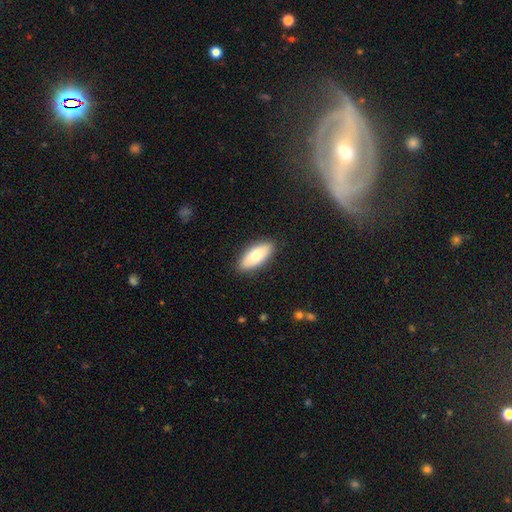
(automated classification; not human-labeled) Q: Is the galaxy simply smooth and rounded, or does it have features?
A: smooth — 75%.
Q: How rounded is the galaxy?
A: in between — 84%.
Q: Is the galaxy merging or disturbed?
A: none — 88%.